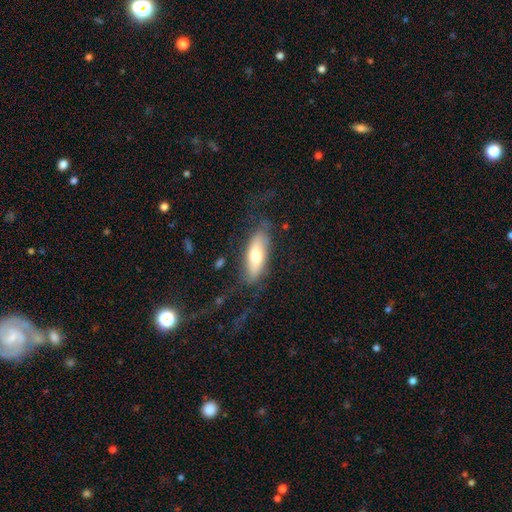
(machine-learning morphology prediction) This is possibly a smooth galaxy (59%). How rounded: likely in between (64%). Merging: likely none (65%).